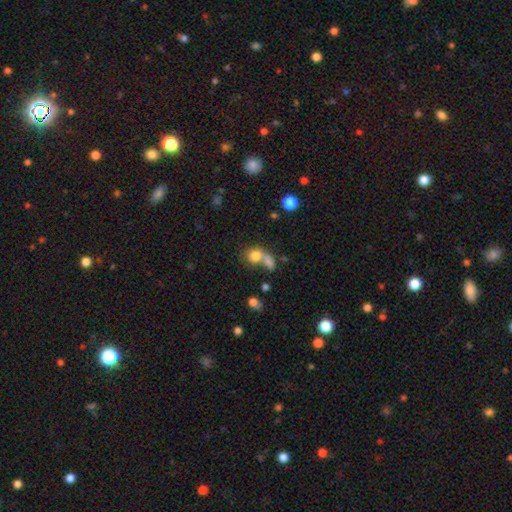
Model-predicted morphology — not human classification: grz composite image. It shows a smooth galaxy with no disk features (78%) that is round (70%). Merging: merger (52%).